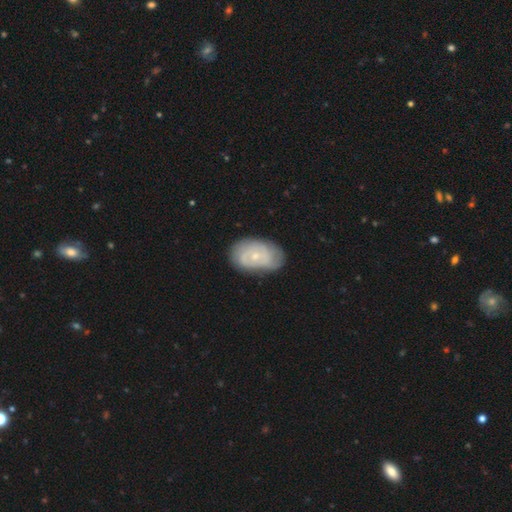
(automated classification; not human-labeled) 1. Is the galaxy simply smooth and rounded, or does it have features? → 67% featured or disk, 27% smooth, 6% star or artifact.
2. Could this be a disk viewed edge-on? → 96% no, 4% yes.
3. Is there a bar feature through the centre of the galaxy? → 77% no, 20% weak, 3% strong.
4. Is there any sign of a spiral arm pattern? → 80% yes, 20% no.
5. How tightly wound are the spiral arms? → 64% tight, 27% medium, 9% loose.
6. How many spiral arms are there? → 44% can't tell, 34% 2, 10% 3, 6% 1, 4% 4, 3% more than 4.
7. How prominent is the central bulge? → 70% small, 26% moderate, 2% none, 1% large, 1% dominant.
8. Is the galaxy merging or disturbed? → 71% none, 22% minor disturbance, 6% major disturbance, 1% merger.